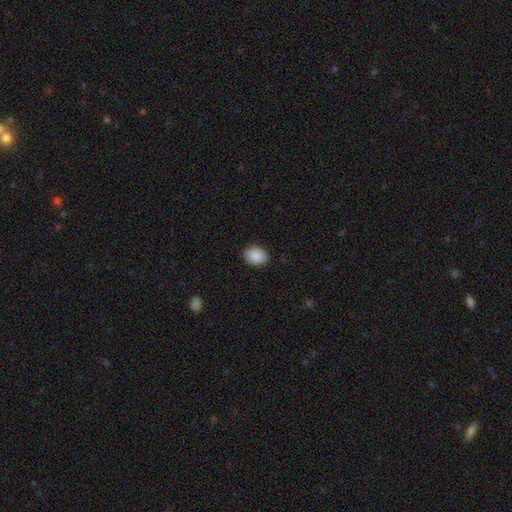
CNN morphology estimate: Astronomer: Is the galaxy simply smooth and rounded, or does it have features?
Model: smooth — 90%.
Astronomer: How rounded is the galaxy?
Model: in between — 71%.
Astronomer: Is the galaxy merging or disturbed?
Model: none — 89%.